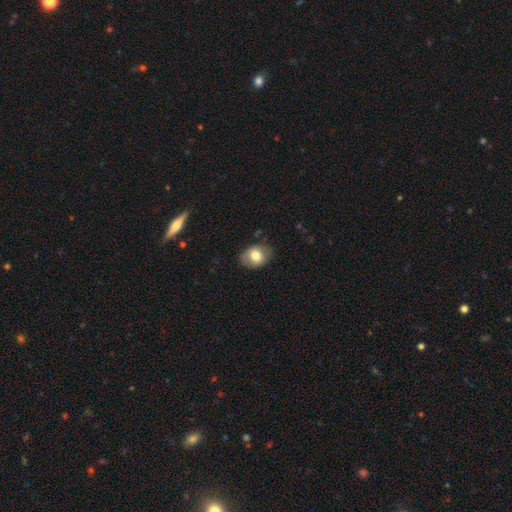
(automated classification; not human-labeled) Morphology: type=smooth (75%); roundness=in between (66%); merging=none (79%).